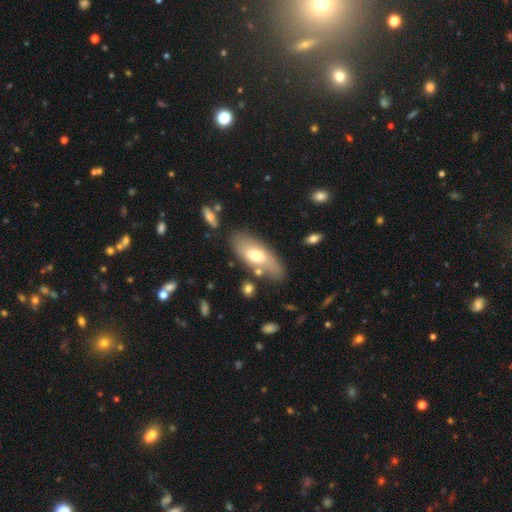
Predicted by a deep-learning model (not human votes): Smooth or featured: smooth — 61% (featured or disk — 33%)
How rounded: in between — 80% (cigar-shaped — 17%)
Merging: none — 71% (minor disturbance — 17%)